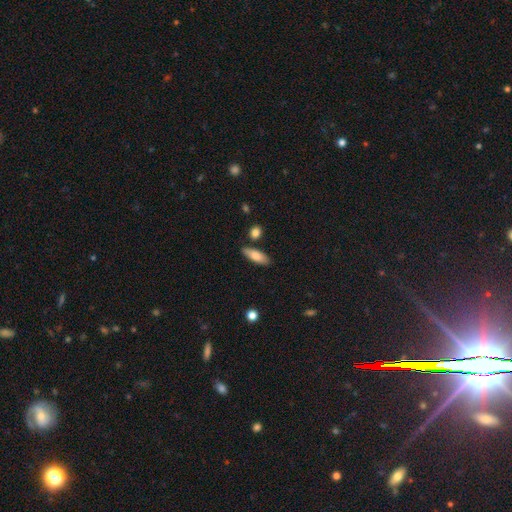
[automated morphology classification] This appears to be a smooth galaxy with no disk features (79%) that is in between round and cigar-shaped (64%). Merging: none (80%).